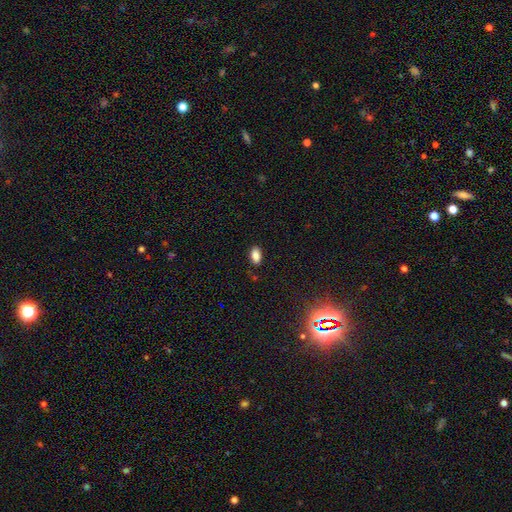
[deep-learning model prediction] The model was most divided on "merging": none: 85%, minor disturbance: 11%, major disturbance: 2%, merger: 1%. More confident: how rounded — in between (92%); smooth or featured — smooth (86%).